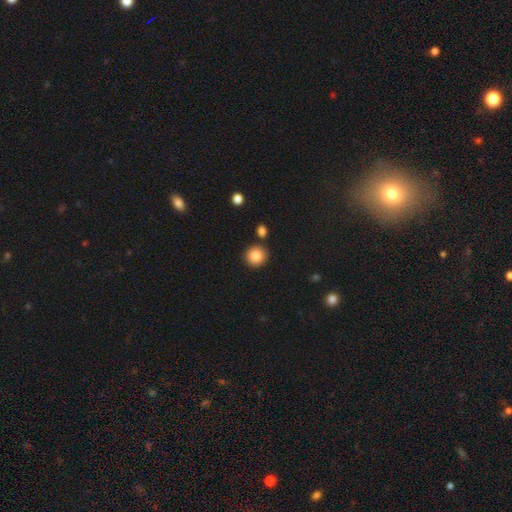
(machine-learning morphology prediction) Smooth or featured?
  - smooth: 85% *
  - star or artifact: 9%
  - featured or disk: 6%
How rounded?
  - round: 92% *
  - in between: 7%
  - cigar-shaped: 1%
Merging?
  - none: 86% *
  - minor disturbance: 7%
  - merger: 6%
  - major disturbance: 2%